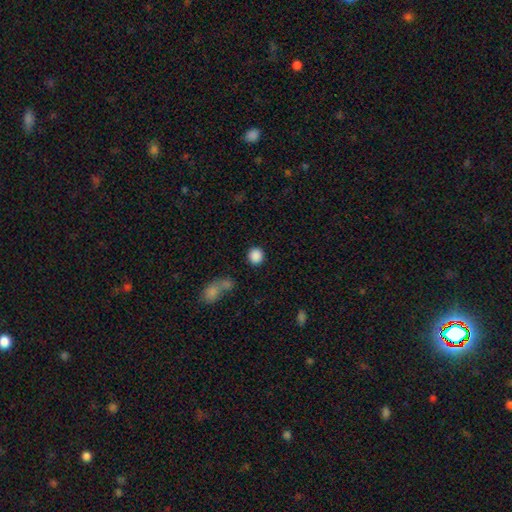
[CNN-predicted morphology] smooth 87%, star or artifact 10%, featured or disk 3%. Down the decision tree: how rounded — round (91%); merging — none (84%).